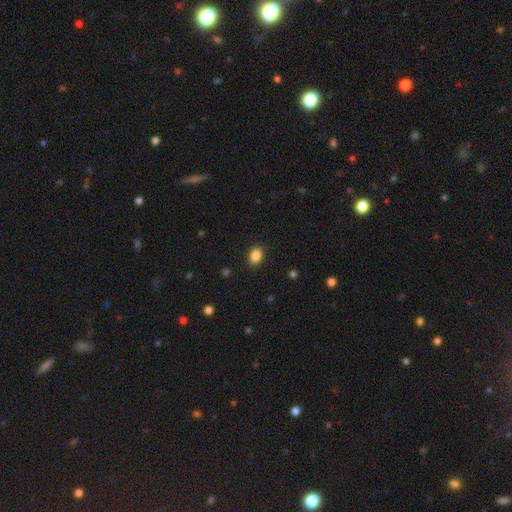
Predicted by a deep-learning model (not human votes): Morphology: type=smooth (86%); roundness=in between (68%); merging=none (90%).